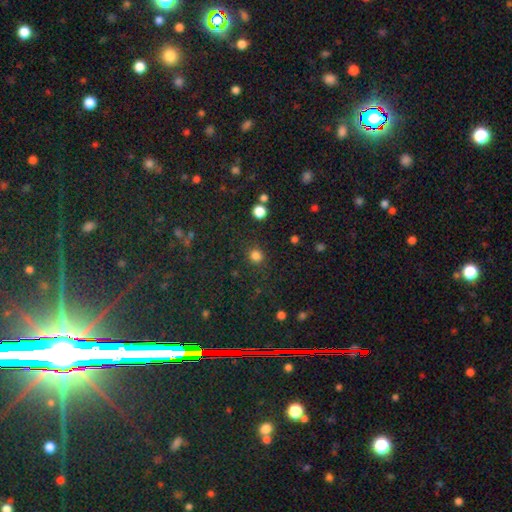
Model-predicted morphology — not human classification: Smooth or featured? Predicted: smooth (p=0.81). How rounded? Predicted: round (p=0.87). Merging? Predicted: none (p=0.85).